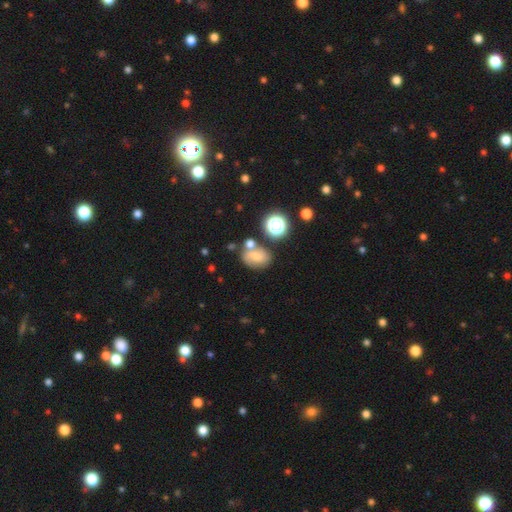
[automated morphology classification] Smooth or featured: smooth — 54% (featured or disk — 28%)
How rounded: in between — 58% (round — 41%)
Merging: none — 57% (merger — 19%)